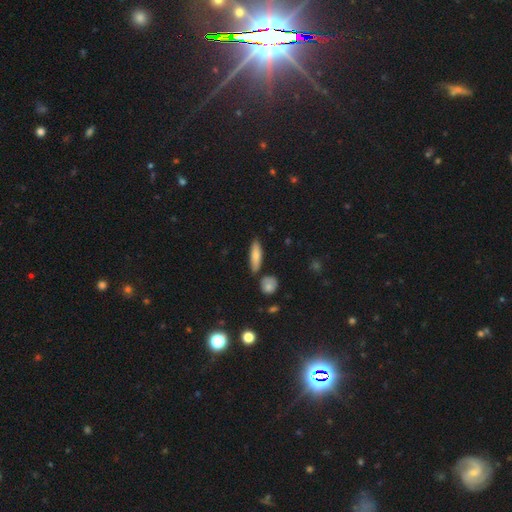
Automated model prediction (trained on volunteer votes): A smooth galaxy with no disk features (79%) that is cigar-shaped (56%). Merging: none (78%).